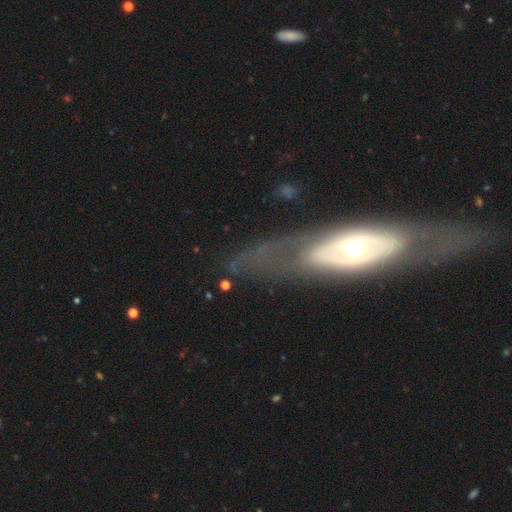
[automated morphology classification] featured or disk 70%, smooth 22%, star or artifact 8%. Down the decision tree: edge-on disk — no (77%); bar — no (79%); spiral arms — no (72%); bulge size — moderate (54%); merging — none (72%).